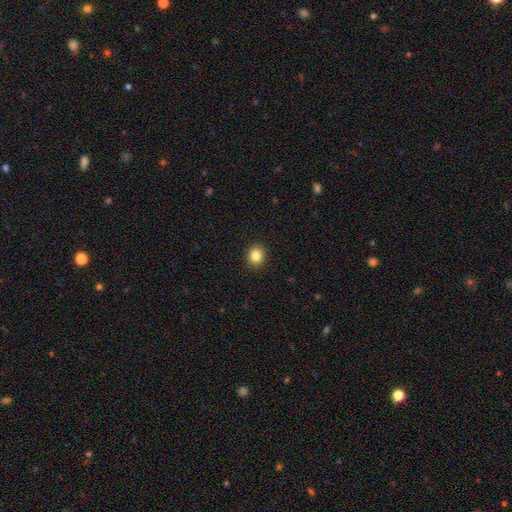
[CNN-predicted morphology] A smooth galaxy with no disk features (85%) that is round (73%).

Vote fractions:
- Smooth or featured? smooth: 85% / star or artifact: 10% / featured or disk: 5%
- How rounded? round: 73% / in between: 26% / cigar-shaped: 1%
- Merging? none: 92% / minor disturbance: 6% / major disturbance: 2% / merger: 1%